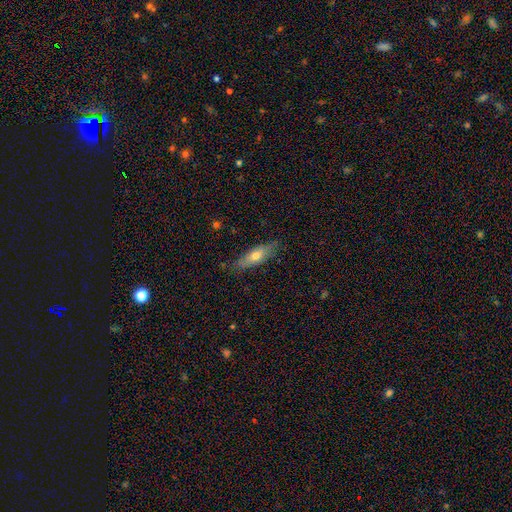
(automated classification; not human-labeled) Smooth or featured? smooth (60%)
How rounded? in between (51%)
Merging? none (80%)